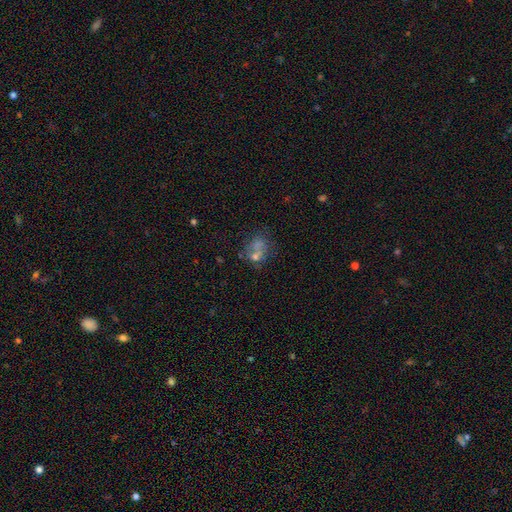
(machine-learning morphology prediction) Overall: smooth (49%; star or artifact 29%). Merging: none (48%; merger 32%).